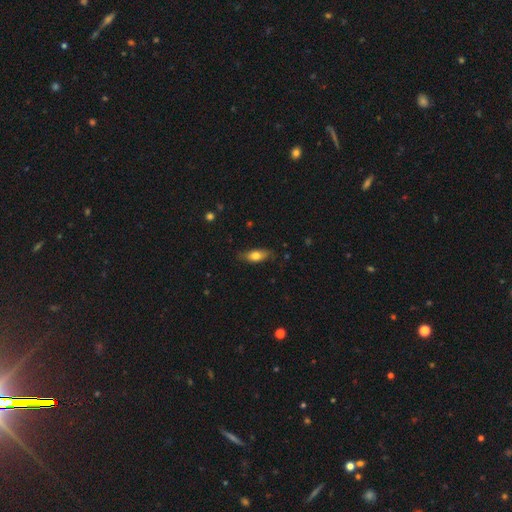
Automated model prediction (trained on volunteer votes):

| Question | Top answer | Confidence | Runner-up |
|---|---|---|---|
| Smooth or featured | smooth | 69% | featured or disk (24%) |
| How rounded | in between | 72% | cigar-shaped (24%) |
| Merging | none | 78% | minor disturbance (17%) |